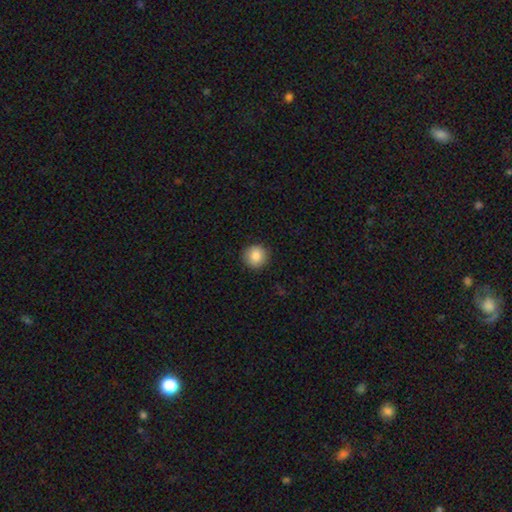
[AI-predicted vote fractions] smooth-or-featured: smooth: 86% | star or artifact: 9% | featured or disk: 5%
  how-rounded: round: 94% | in between: 5% | cigar-shaped: 1%
  merging: none: 91% | minor disturbance: 6% | major disturbance: 2% | merger: 1%